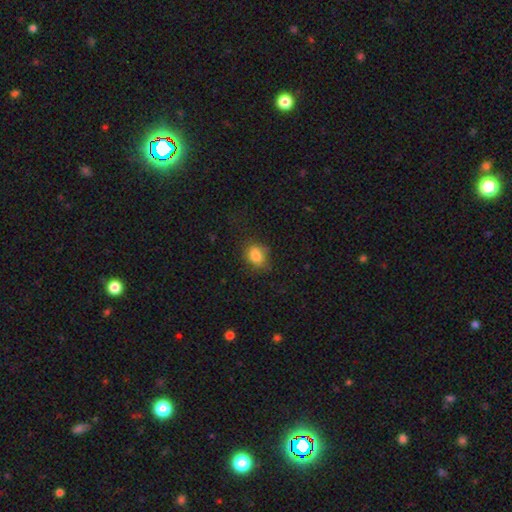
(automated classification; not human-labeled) smooth 84%, star or artifact 10%, featured or disk 6%. Down the decision tree: how rounded — in between (56%); merging — none (72%).